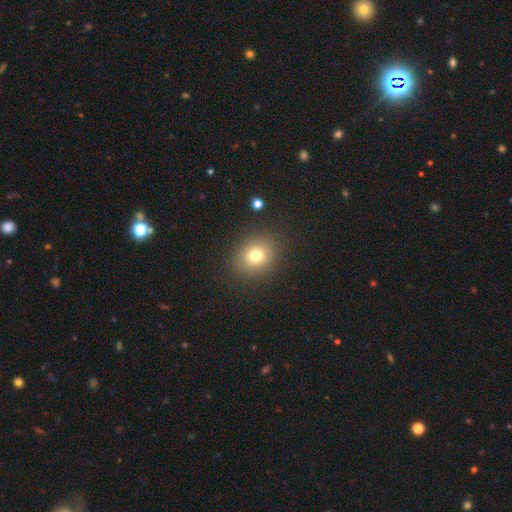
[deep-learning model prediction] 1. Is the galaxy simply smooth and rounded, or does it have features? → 75% smooth, 15% star or artifact, 10% featured or disk.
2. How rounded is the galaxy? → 66% round, 33% in between, 1% cigar-shaped.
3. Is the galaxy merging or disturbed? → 87% none, 8% minor disturbance, 4% major disturbance, 2% merger.